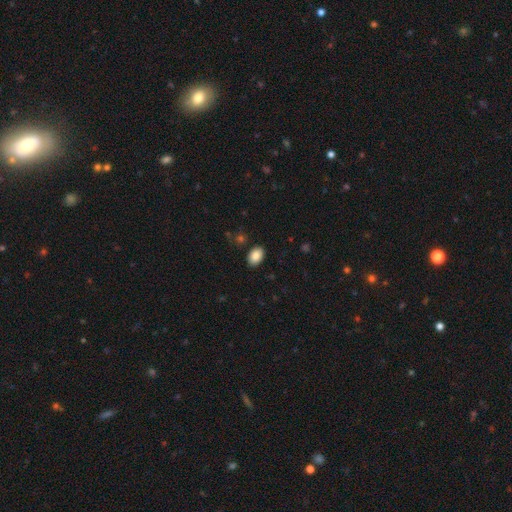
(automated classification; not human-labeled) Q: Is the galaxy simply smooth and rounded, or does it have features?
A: smooth — 87%.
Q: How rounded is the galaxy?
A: in between — 85%.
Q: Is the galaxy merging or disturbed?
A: none — 88%.